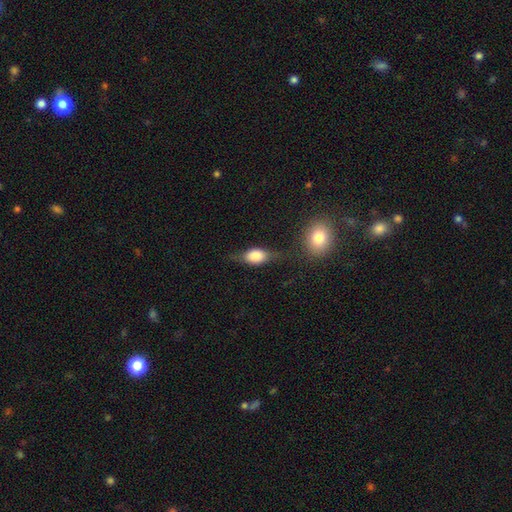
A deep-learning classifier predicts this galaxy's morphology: smooth 60%, featured or disk 31%, star or artifact 9%. Down the decision tree: how rounded — in between (74%); merging — none (53%).